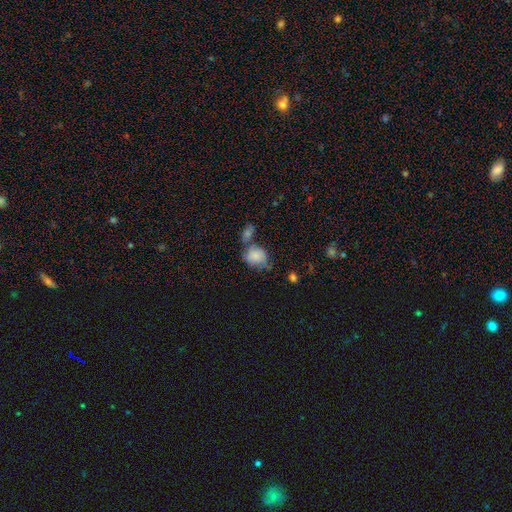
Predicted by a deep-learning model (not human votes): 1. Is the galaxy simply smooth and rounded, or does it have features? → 74% smooth, 17% featured or disk, 9% star or artifact.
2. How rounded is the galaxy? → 50% round, 49% in between, 1% cigar-shaped.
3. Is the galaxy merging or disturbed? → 33% none, 32% merger, 23% minor disturbance, 12% major disturbance.